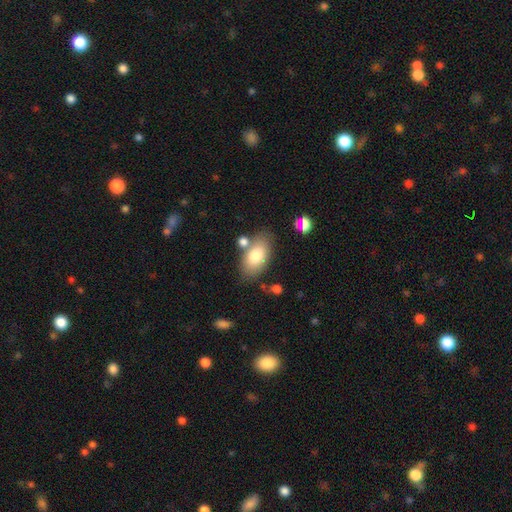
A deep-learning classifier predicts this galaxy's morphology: smooth-or-featured: smooth: 78% | featured or disk: 14% | star or artifact: 7%
  how-rounded: in between: 93% | round: 5% | cigar-shaped: 3%
  merging: none: 71% | minor disturbance: 15% | merger: 10% | major disturbance: 4%